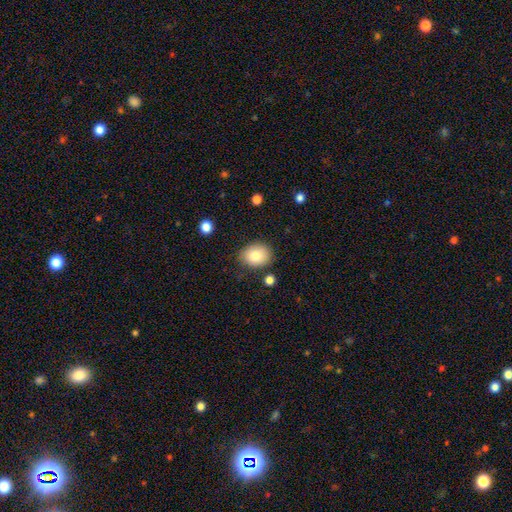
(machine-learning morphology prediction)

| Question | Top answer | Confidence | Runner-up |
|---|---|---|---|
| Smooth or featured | smooth | 82% | featured or disk (9%) |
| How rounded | in between | 59% | round (40%) |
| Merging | none | 81% | minor disturbance (13%) |